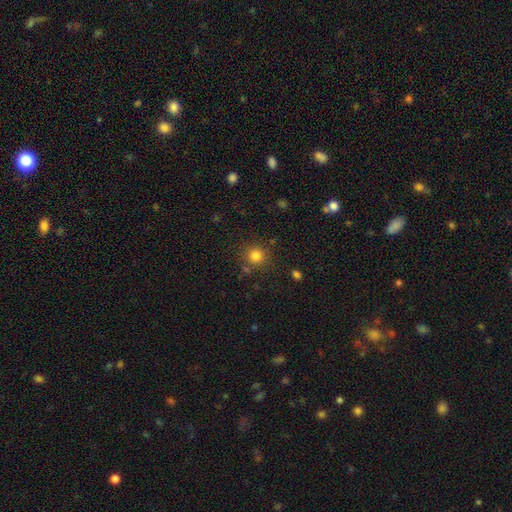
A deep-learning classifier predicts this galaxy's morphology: This is clearly a smooth galaxy (80%). How rounded: clearly round (92%). Merging: clearly none (83%).